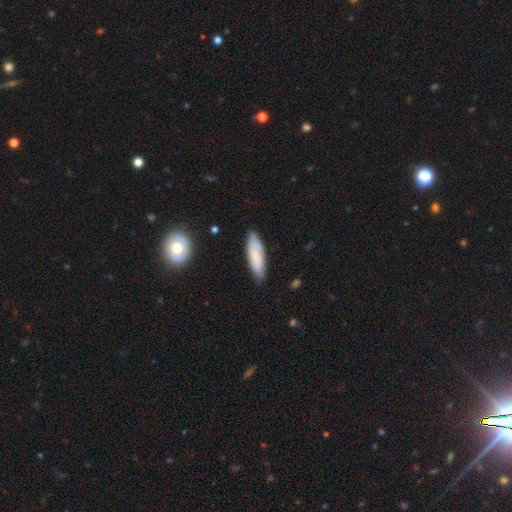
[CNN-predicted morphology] A smooth galaxy with no disk features (73%) that is cigar-shaped (50%).

Vote fractions:
- Smooth or featured? smooth: 73% / featured or disk: 21% / star or artifact: 6%
- How rounded? cigar-shaped: 50% / in between: 48% / round: 2%
- Merging? none: 76% / minor disturbance: 19% / major disturbance: 3% / merger: 2%